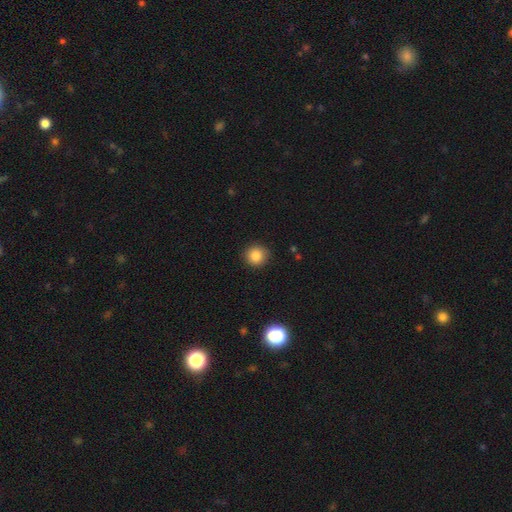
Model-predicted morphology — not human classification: smooth_or_featured: smooth (p=0.86) [alt: star or artifact p=0.10]
how_rounded: round (p=0.92) [alt: in between p=0.07]
merging: none (p=0.89) [alt: minor disturbance p=0.08]